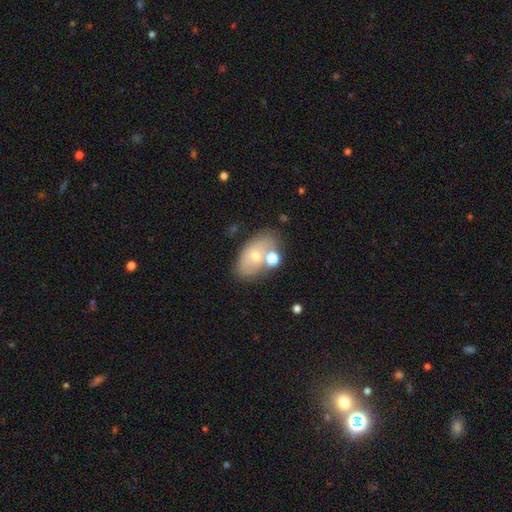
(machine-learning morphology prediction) smooth_or_featured: smooth (p=0.59) [alt: featured or disk p=0.31]
how_rounded: in between (p=0.87) [alt: round p=0.12]
merging: none (p=0.58) [alt: merger p=0.18]